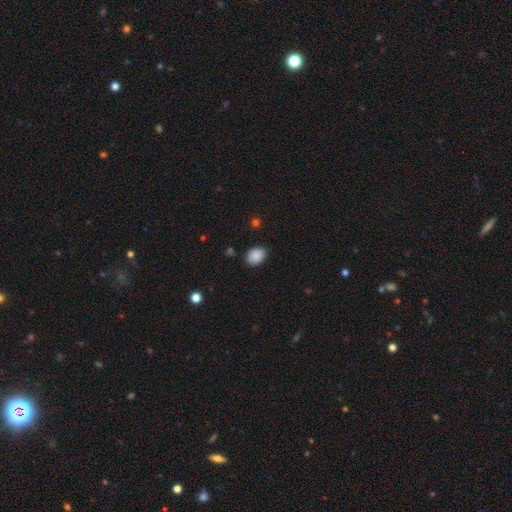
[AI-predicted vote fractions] Smooth or featured?
  - smooth: 89% *
  - star or artifact: 8%
  - featured or disk: 3%
How rounded?
  - in between: 67% *
  - round: 32%
  - cigar-shaped: 1%
Merging?
  - none: 86% *
  - minor disturbance: 10%
  - major disturbance: 2%
  - merger: 1%